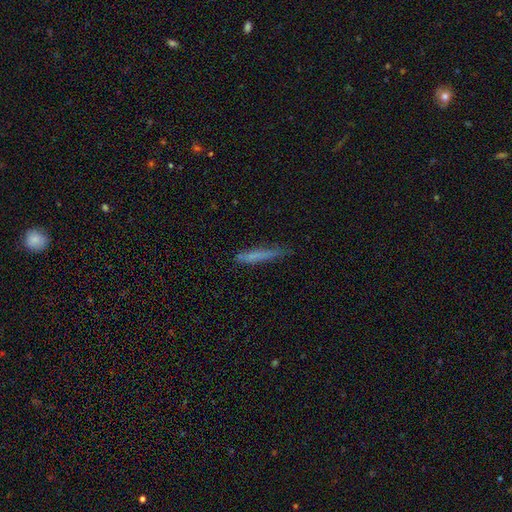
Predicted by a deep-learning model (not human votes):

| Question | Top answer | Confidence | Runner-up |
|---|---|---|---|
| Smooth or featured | smooth | 68% | featured or disk (23%) |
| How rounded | cigar-shaped | 95% | in between (4%) |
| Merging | none | 75% | minor disturbance (19%) |